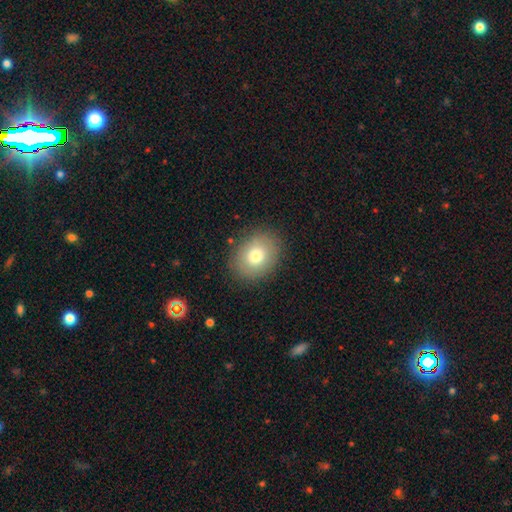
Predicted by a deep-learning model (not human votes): Morphology: type=smooth (76%); roundness=in between (52%); merging=none (86%).